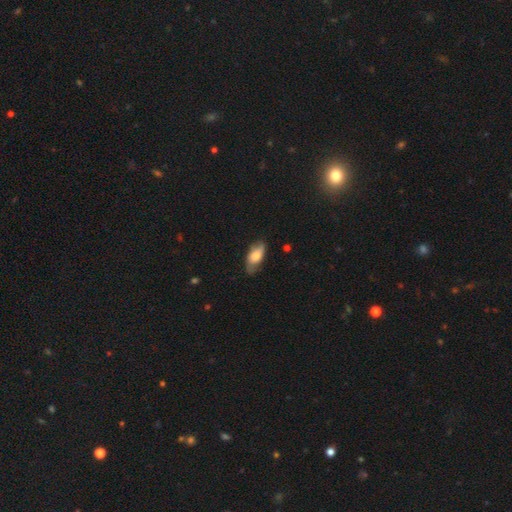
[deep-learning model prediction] A smooth galaxy with no disk features (62%) that is in between round and cigar-shaped (87%).

Vote fractions:
- Smooth or featured? smooth: 62% / featured or disk: 31% / star or artifact: 7%
- How rounded? in between: 87% / cigar-shaped: 9% / round: 4%
- Merging? none: 68% / minor disturbance: 25% / major disturbance: 6% / merger: 1%